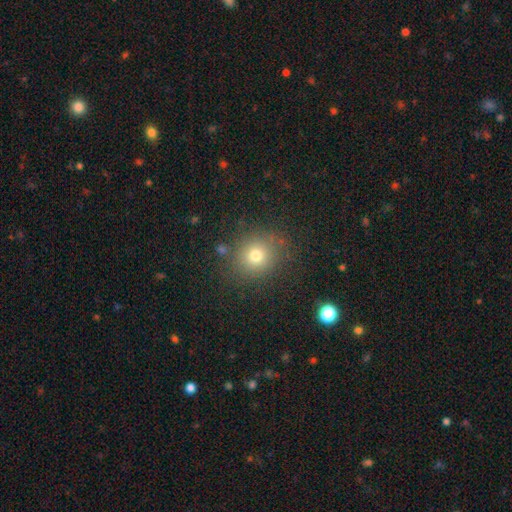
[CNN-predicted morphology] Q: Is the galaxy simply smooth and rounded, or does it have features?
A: smooth — 74%.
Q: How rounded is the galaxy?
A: round — 83%.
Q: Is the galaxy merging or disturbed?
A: none — 83%.